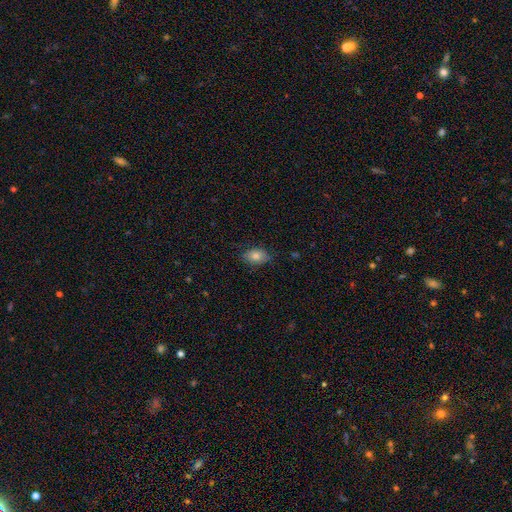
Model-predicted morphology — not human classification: This is likely a smooth galaxy (79%). How rounded: clearly in between (85%). Merging: likely none (79%).